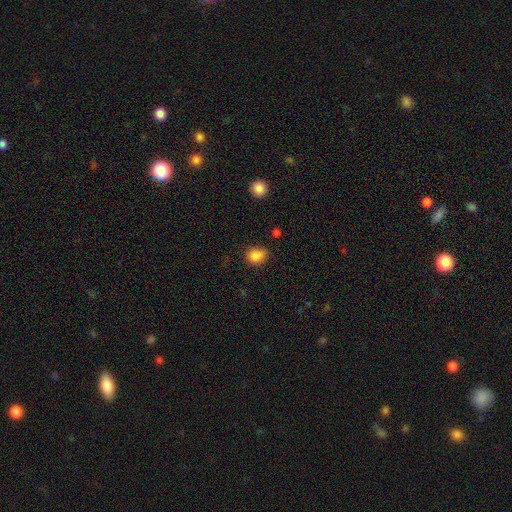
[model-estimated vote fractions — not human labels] Smooth or featured: smooth — 86% (star or artifact — 10%)
How rounded: round — 59% (in between — 40%)
Merging: none — 68% (minor disturbance — 25%)